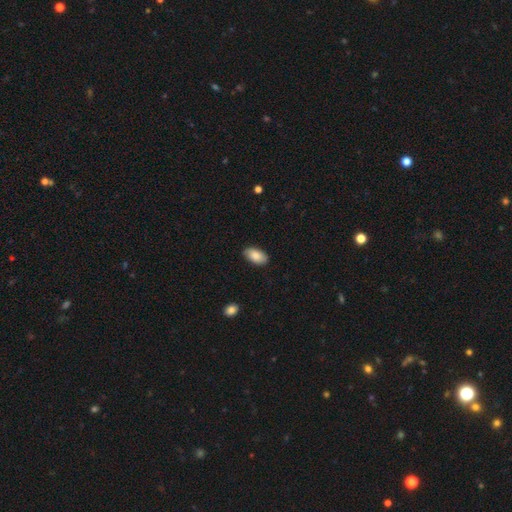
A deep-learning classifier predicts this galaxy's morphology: The model was most divided on "merging": none: 86%, minor disturbance: 11%, major disturbance: 2%, merger: 1%. More confident: how rounded — in between (95%); smooth or featured — smooth (86%).